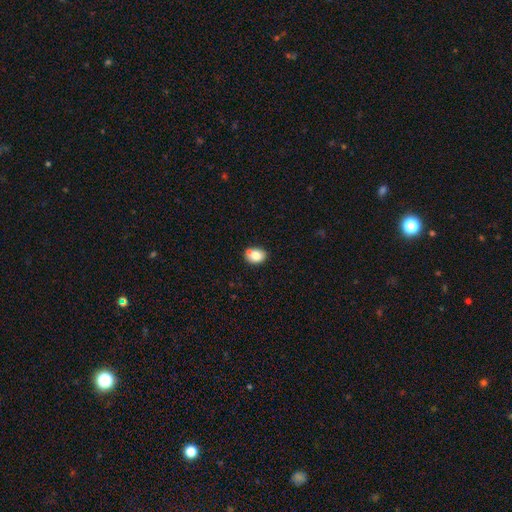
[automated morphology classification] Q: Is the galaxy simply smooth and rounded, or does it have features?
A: smooth — 77%.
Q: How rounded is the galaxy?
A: in between — 55%.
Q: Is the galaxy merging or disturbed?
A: none — 58%.